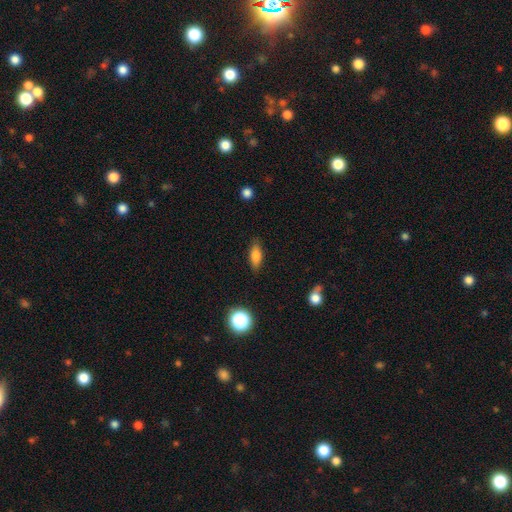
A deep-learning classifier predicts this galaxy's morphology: Smooth or featured: smooth — 76% (featured or disk — 15%)
How rounded: in between — 71% (cigar-shaped — 24%)
Merging: none — 84% (minor disturbance — 12%)